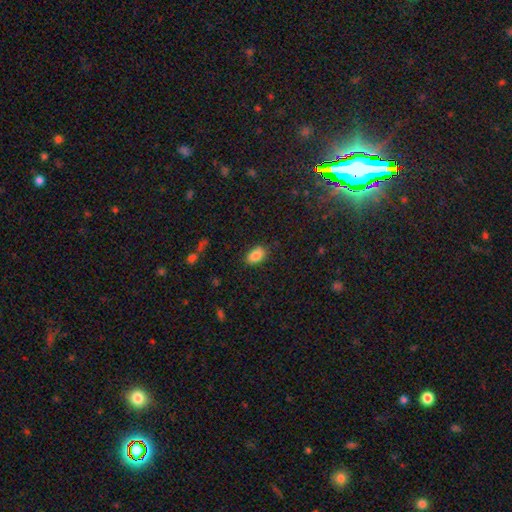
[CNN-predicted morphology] smooth 85%, star or artifact 8%, featured or disk 6%. Down the decision tree: how rounded — in between (90%); merging — none (84%).